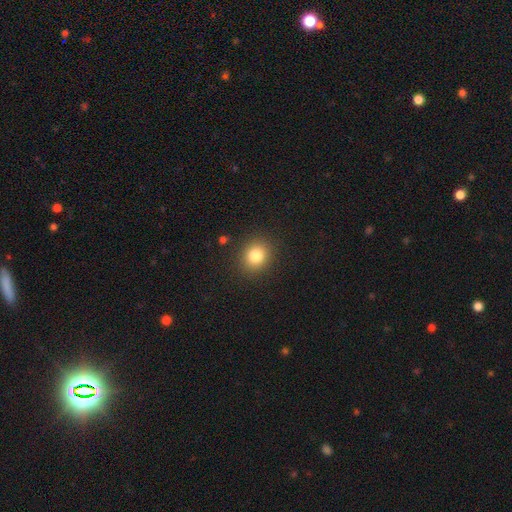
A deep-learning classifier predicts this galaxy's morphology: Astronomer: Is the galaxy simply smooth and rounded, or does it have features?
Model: smooth — 81%.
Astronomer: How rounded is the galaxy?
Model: round — 72%.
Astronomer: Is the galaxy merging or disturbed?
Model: none — 88%.